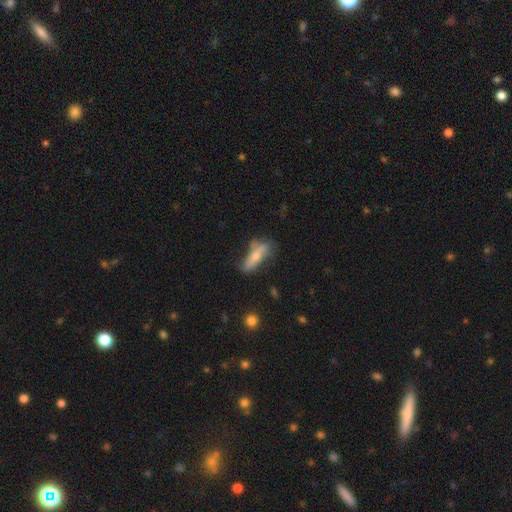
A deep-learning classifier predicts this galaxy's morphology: smooth-or-featured: smooth: 56% | featured or disk: 36% | star or artifact: 8%
  how-rounded: cigar-shaped: 50% | in between: 47% | round: 3%
  merging: none: 48% | minor disturbance: 28% | major disturbance: 16% | merger: 8%